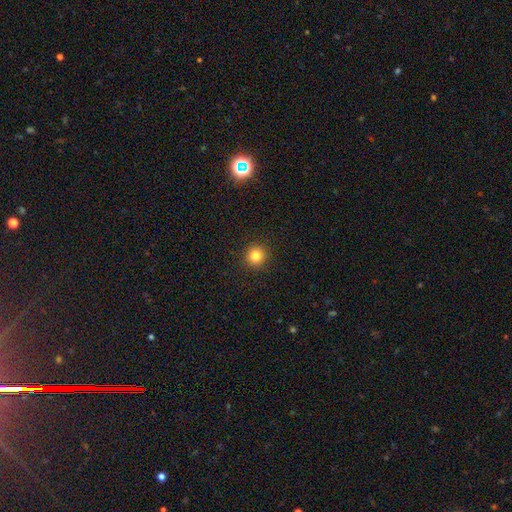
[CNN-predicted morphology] Smooth or featured: smooth — 81% (star or artifact — 13%)
How rounded: round — 94% (in between — 5%)
Merging: none — 92% (minor disturbance — 5%)